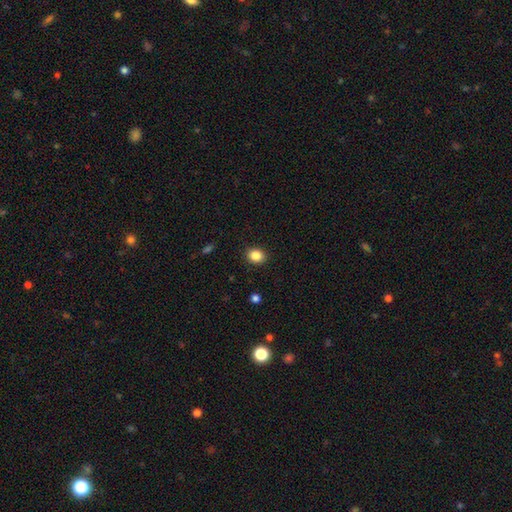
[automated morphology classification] Smooth or featured? Predicted: smooth (p=0.86). How rounded? Predicted: round (p=0.56). Merging? Predicted: none (p=0.90).